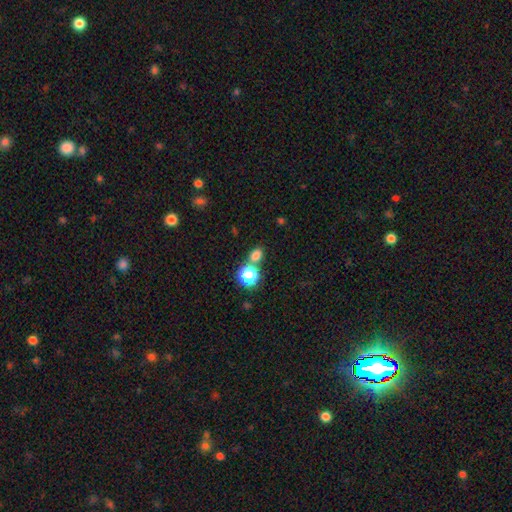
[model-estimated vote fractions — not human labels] smooth 75%, star or artifact 19%, featured or disk 6%. Down the decision tree: how rounded — round (51%); merging — none (64%).